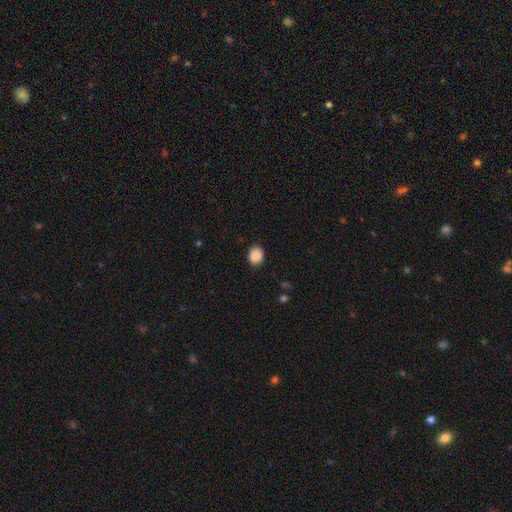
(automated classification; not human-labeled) The model was most divided on "how rounded": round: 56%, in between: 43%, cigar-shaped: 1%. More confident: smooth or featured — smooth (89%); merging — none (88%).